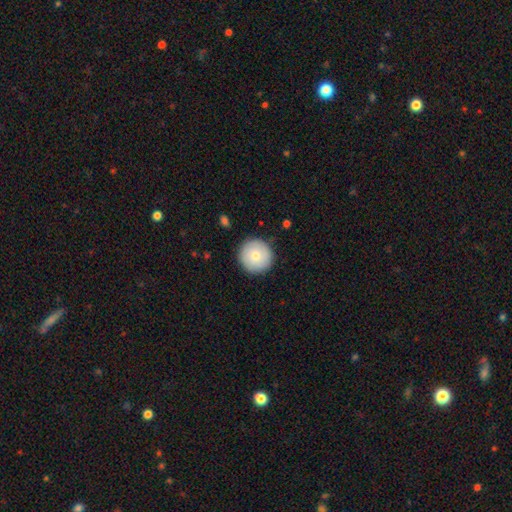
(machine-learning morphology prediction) Smooth or featured: smooth — 75% (featured or disk — 18%)
How rounded: round — 96% (in between — 3%)
Merging: none — 89% (minor disturbance — 8%)